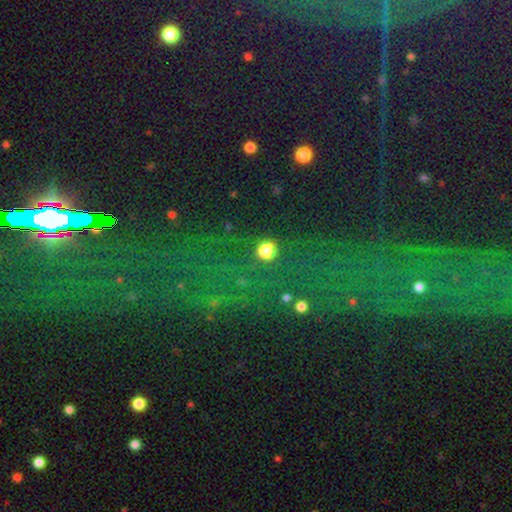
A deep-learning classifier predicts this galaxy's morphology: Smooth or featured: star or artifact — 76% (smooth — 14%)